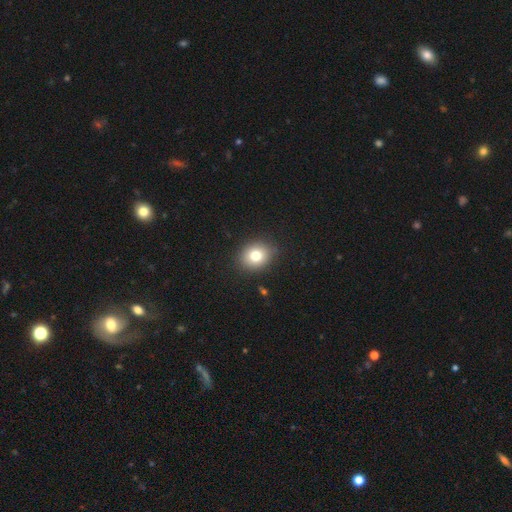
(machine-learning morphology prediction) This appears to be a smooth galaxy with no disk features (78%) that is round (62%). Merging: none (86%).